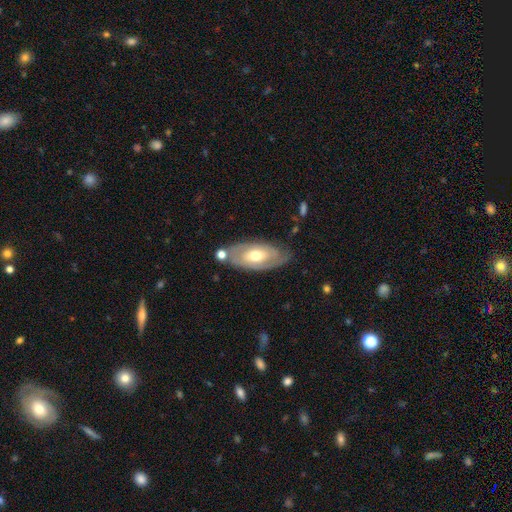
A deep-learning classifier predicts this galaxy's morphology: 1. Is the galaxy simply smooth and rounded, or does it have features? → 59% featured or disk, 35% smooth, 6% star or artifact.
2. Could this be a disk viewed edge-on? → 85% no, 15% yes.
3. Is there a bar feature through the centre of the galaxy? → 70% no, 23% weak, 7% strong.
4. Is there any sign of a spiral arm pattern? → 50% yes (tied), 50% no (tied).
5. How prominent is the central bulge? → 72% moderate, 16% small, 10% large, 1% dominant, 1% none.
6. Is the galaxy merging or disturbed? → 69% none, 19% minor disturbance, 6% merger, 6% major disturbance.